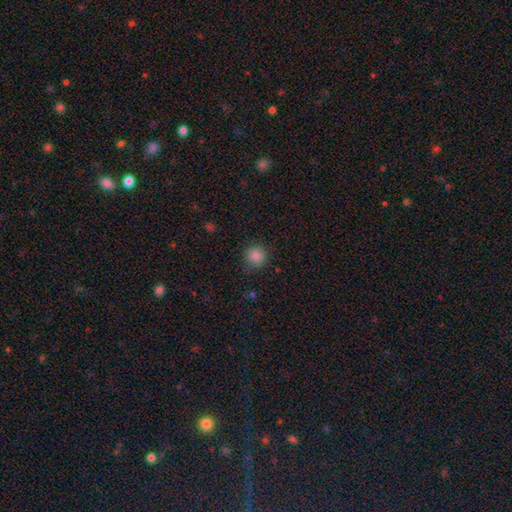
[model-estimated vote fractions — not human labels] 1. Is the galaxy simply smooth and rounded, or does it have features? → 86% smooth, 11% star or artifact, 3% featured or disk.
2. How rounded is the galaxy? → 93% round, 6% in between, 1% cigar-shaped.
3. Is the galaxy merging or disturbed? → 86% none, 10% minor disturbance, 3% major disturbance, 1% merger.